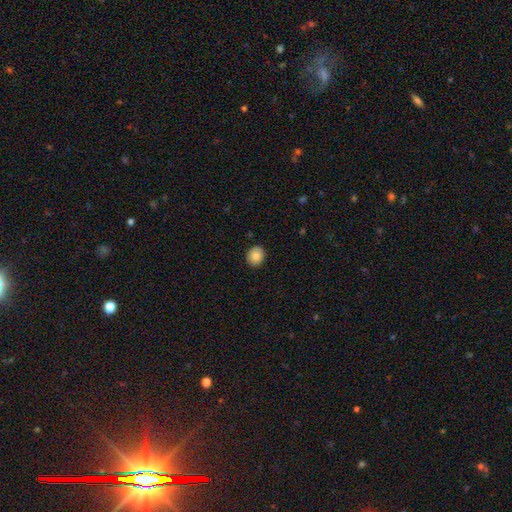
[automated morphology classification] This is clearly a smooth galaxy (84%). How rounded: likely round (72%). Merging: clearly none (89%).